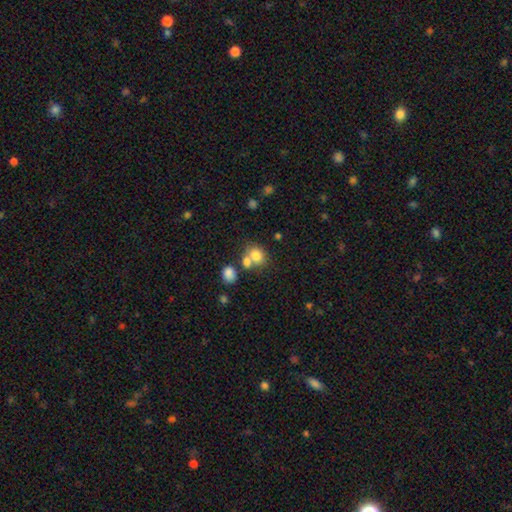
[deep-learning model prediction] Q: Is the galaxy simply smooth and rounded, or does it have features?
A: smooth — 78%.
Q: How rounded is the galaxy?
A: round — 64%.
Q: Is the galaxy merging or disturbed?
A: none — 46%.